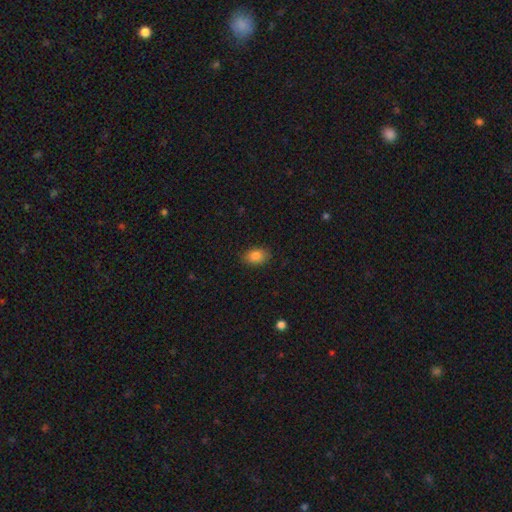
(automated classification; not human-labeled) Smooth or featured: smooth — 85% (star or artifact — 9%)
How rounded: in between — 80% (round — 19%)
Merging: none — 84% (minor disturbance — 12%)